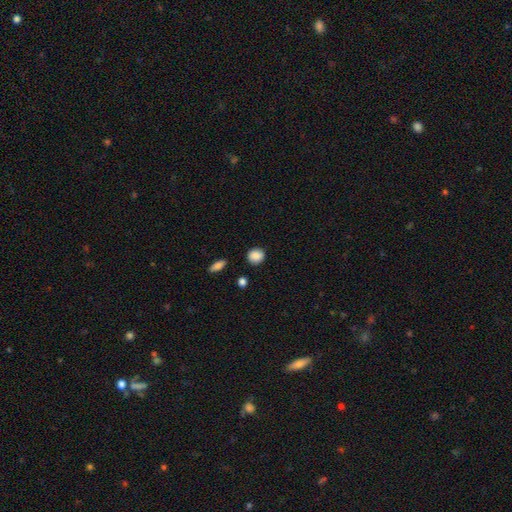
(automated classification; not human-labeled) Smooth or featured?
  - smooth: 88% *
  - star or artifact: 8%
  - featured or disk: 4%
How rounded?
  - round: 78% *
  - in between: 21%
  - cigar-shaped: 1%
Merging?
  - none: 84% *
  - minor disturbance: 11%
  - major disturbance: 3%
  - merger: 2%